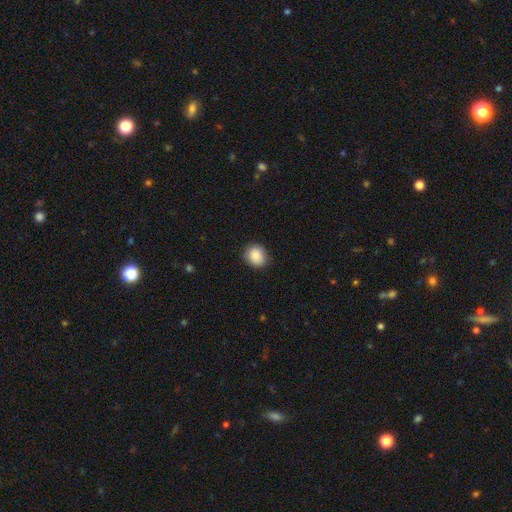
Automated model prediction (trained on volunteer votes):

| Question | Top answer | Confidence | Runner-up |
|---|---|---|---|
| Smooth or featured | smooth | 88% | star or artifact (8%) |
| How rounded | round | 74% | in between (25%) |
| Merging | none | 86% | minor disturbance (10%) |